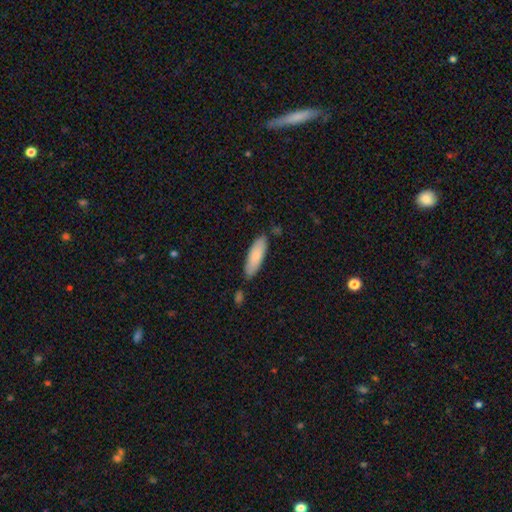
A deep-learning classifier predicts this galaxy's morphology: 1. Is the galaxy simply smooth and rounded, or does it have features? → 83% smooth, 11% featured or disk, 5% star or artifact.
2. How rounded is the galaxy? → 50% cigar-shaped, 49% in between, 1% round.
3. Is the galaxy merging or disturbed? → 79% none, 14% minor disturbance, 4% merger, 2% major disturbance.